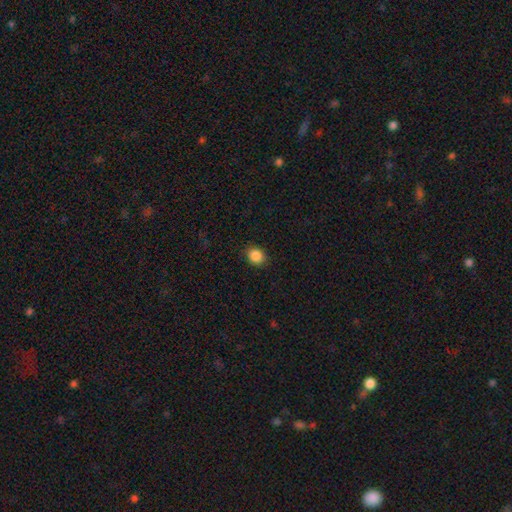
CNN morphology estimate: Smooth or featured? Predicted: smooth (p=0.87). How rounded? Predicted: round (p=0.67). Merging? Predicted: none (p=0.89).